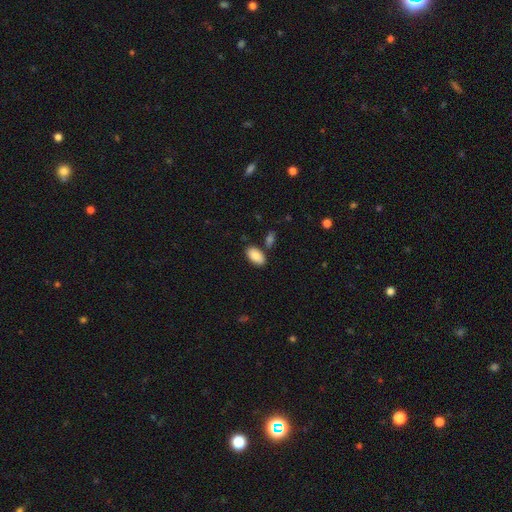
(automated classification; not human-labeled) Smooth or featured?
  - smooth: 87% *
  - featured or disk: 7%
  - star or artifact: 6%
How rounded?
  - in between: 95% *
  - round: 3%
  - cigar-shaped: 2%
Merging?
  - none: 80% *
  - minor disturbance: 10%
  - merger: 7%
  - major disturbance: 2%